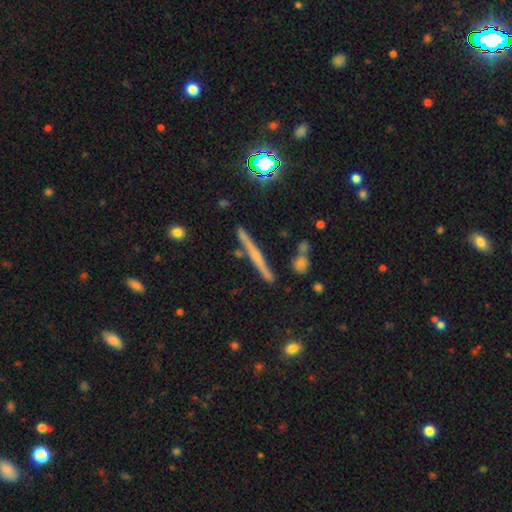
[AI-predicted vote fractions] smooth-or-featured: featured or disk: 59% | smooth: 31% | star or artifact: 11%
  disk-edge-on: yes: 97% | no: 3%
    edge-on-bulge: none: 52% | rounded: 39% | boxy: 8%
  merging: none: 86% | minor disturbance: 9% | merger: 3% | major disturbance: 2%